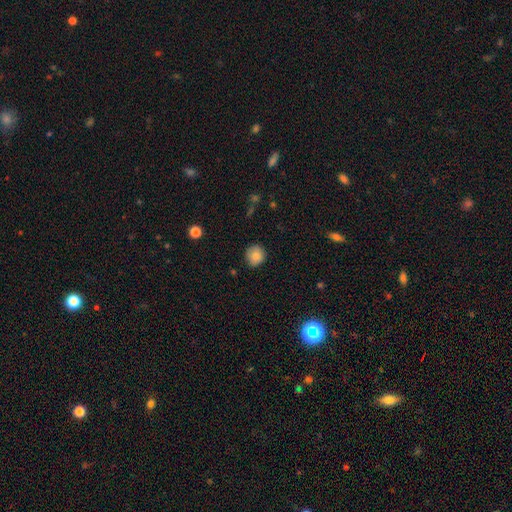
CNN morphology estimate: This appears to be a smooth galaxy with no disk features (83%) that is round (90%). Merging: none (85%).